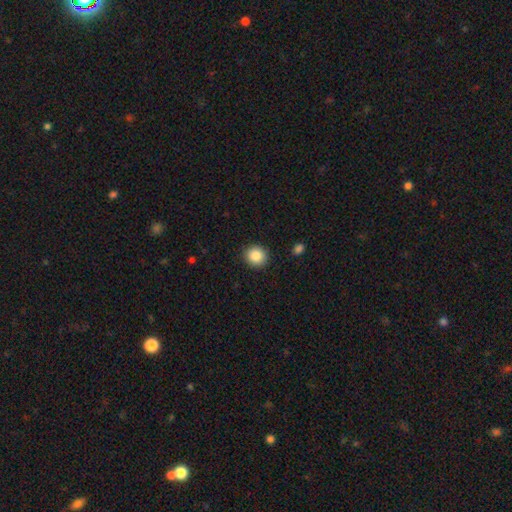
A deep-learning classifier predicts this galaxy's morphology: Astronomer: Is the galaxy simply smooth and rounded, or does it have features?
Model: smooth — 87%.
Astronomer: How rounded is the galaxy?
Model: round — 90%.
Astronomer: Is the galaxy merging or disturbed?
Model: none — 91%.